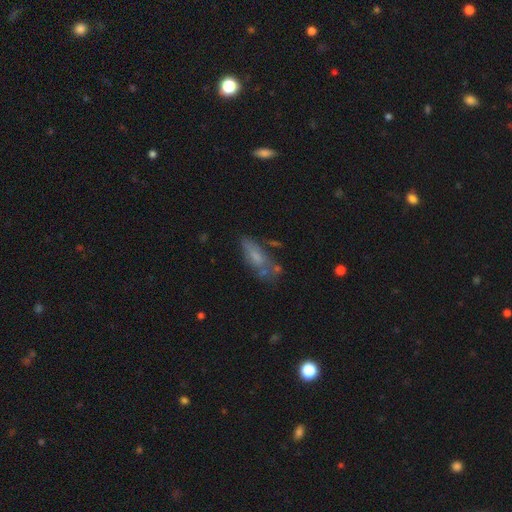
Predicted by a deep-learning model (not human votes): smooth-or-featured: smooth: 57% | featured or disk: 33% | star or artifact: 10%
  how-rounded: in between: 67% | cigar-shaped: 30% | round: 3%
  merging: none: 44% | minor disturbance: 27% | major disturbance: 18% | merger: 11%